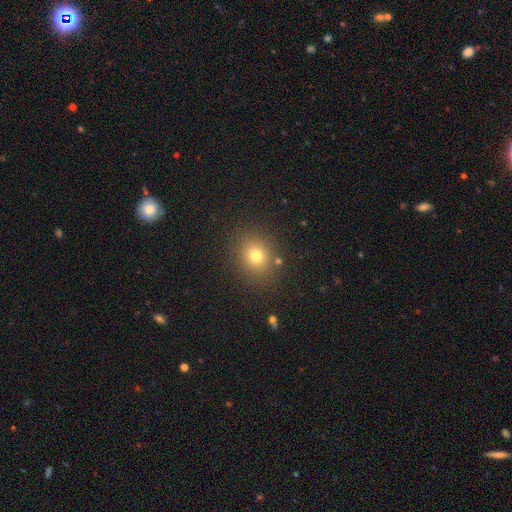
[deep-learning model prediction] smooth 74%, star or artifact 17%, featured or disk 9%. Down the decision tree: how rounded — round (73%); merging — none (85%).